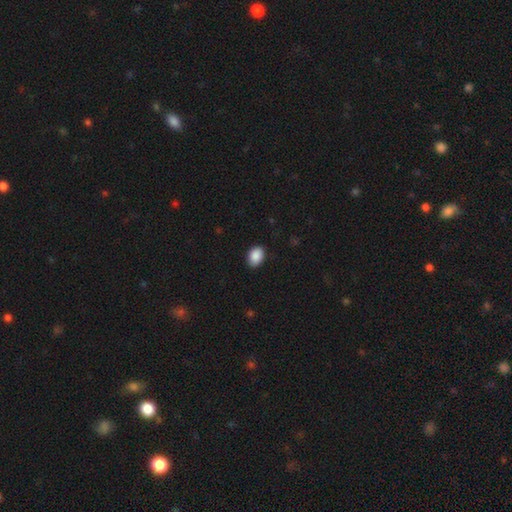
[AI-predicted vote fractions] Q: Smooth or featured?
A: smooth (90%); runner-up: star or artifact (7%)
Q: How rounded?
A: in between (74%); runner-up: round (25%)
Q: Merging?
A: none (87%); runner-up: minor disturbance (10%)